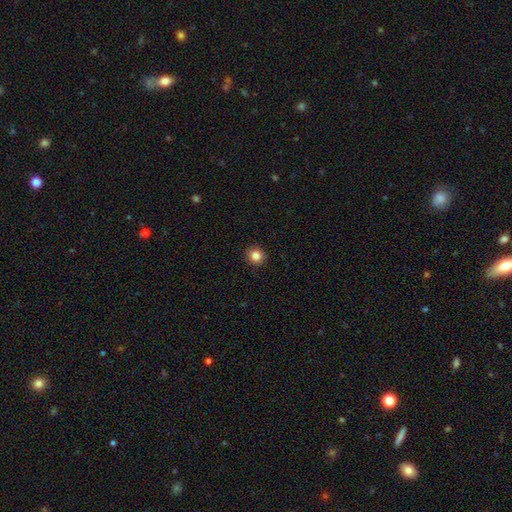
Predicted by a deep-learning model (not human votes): This appears to be a smooth galaxy with no disk features (84%) that is round (91%). Merging: none (92%).